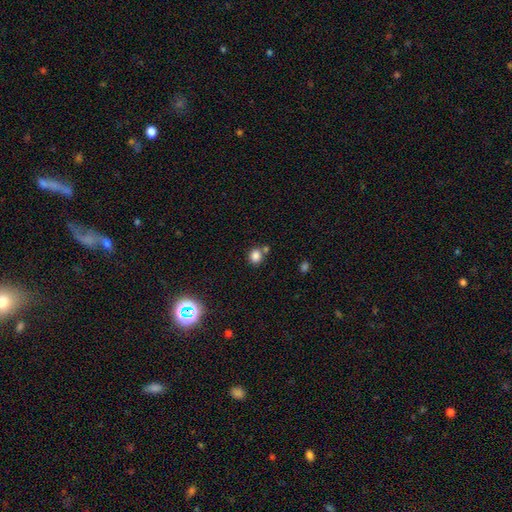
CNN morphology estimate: This appears to be a smooth galaxy with no disk features (82%) that is round (68%). Merging: none (64%).